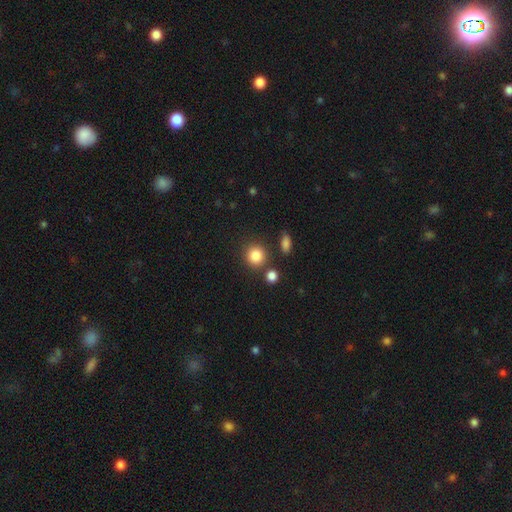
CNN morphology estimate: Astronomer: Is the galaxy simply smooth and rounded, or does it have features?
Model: smooth — 85%.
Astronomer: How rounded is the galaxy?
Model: round — 86%.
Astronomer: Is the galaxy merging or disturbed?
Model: none — 78%.